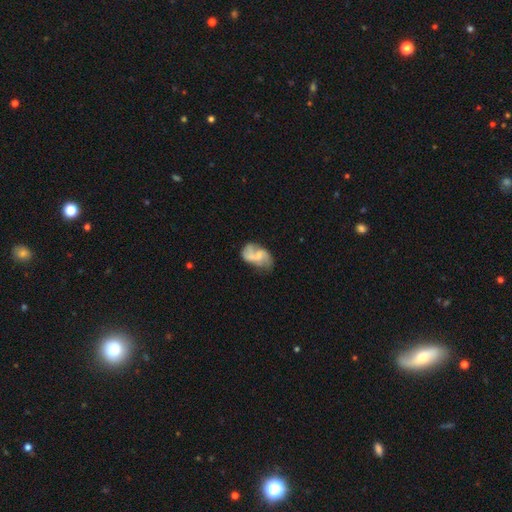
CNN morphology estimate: A featured or disk galaxy (62%) with no bar (54%), spiral arms (80%) and no central bulge (38%, tied with small).

Vote fractions:
- Smooth or featured? featured or disk: 62% / smooth: 31% / star or artifact: 8%
- Edge-on disk? no: 97% / yes: 3%
- Bar? no: 54% / weak: 38% / strong: 8%
- Spiral arms? yes: 80% / no: 20%
- Bulge size? none: 38% (tied) / small: 38% (tied) / moderate: 20% / large: 3% / dominant: 1%
- Merging? none: 43% / minor disturbance: 28% / major disturbance: 20% / merger: 9%